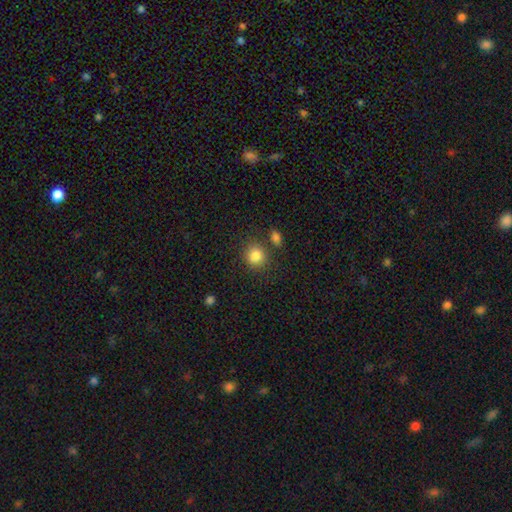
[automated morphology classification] This appears to be a smooth galaxy with no disk features (86%) that is round (84%). Merging: none (78%).